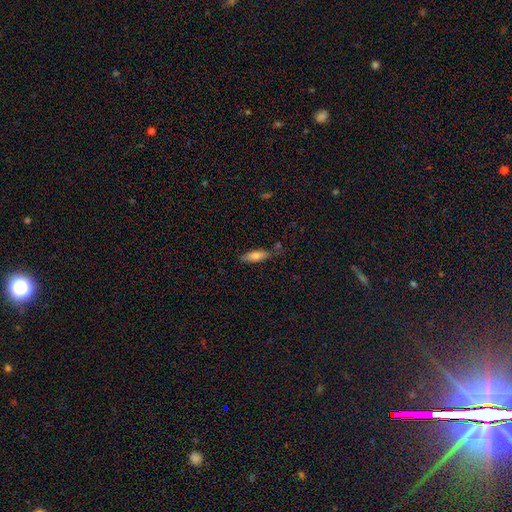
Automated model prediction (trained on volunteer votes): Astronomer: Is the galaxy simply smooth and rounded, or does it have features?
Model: smooth — 75%.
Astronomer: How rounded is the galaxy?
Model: in between — 55% (runner-up: cigar-shaped, 43%).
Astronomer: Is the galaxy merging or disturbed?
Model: none — 70%.